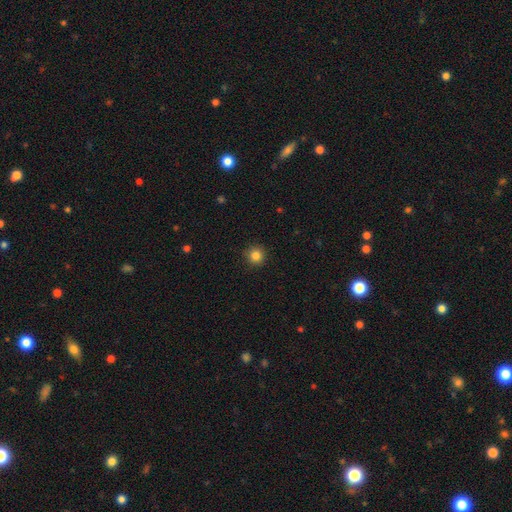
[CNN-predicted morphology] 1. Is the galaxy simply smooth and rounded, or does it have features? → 84% smooth, 11% star or artifact, 4% featured or disk.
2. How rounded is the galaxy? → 95% round, 4% in between, 1% cigar-shaped.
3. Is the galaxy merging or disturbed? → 91% none, 6% minor disturbance, 2% major disturbance, 1% merger.